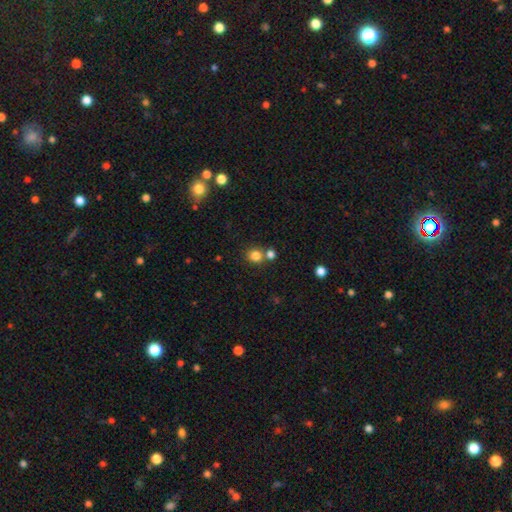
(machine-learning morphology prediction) The model was most divided on "merging": none: 65%, merger: 24%, minor disturbance: 8%, major disturbance: 3%. More confident: how rounded — round (85%); smooth or featured — smooth (82%).